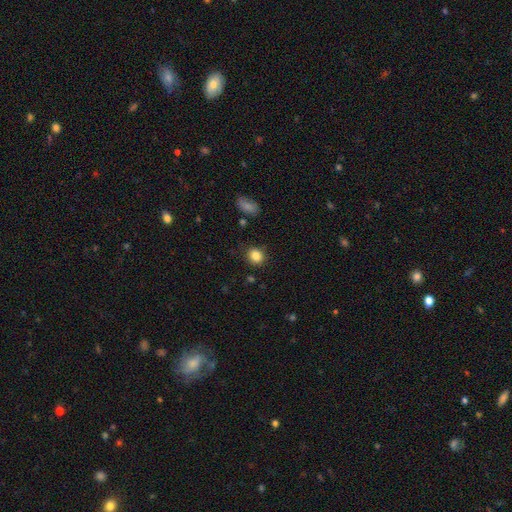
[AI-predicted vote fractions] smooth 85%, star or artifact 11%, featured or disk 5%. Down the decision tree: how rounded — round (77%); merging — none (87%).